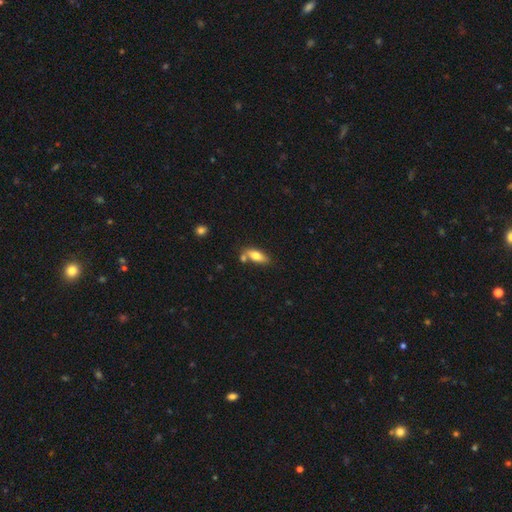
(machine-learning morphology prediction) A smooth galaxy with no disk features (73%) that is in between round and cigar-shaped (75%). Merging: none (60%).